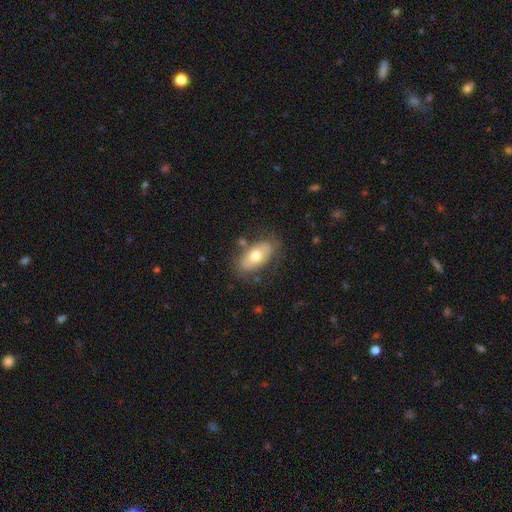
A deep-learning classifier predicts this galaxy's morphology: The model was most divided on "smooth or featured": smooth: 62%, featured or disk: 31%, star or artifact: 6%. More confident: how rounded — in between (91%); merging — none (74%).